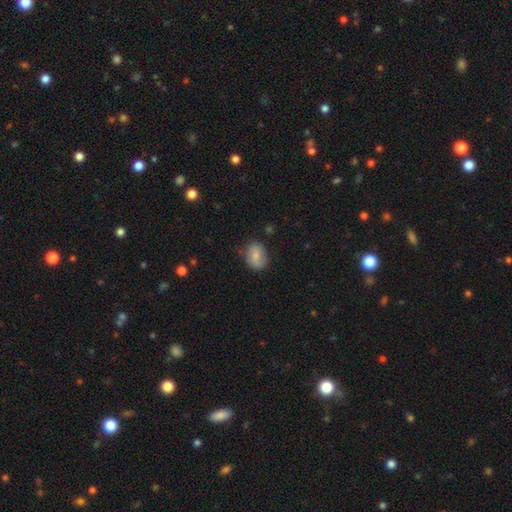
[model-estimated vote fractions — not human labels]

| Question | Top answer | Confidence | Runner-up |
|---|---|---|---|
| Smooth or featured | smooth | 76% | featured or disk (17%) |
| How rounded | in between | 71% | round (27%) |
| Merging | none | 76% | minor disturbance (18%) |